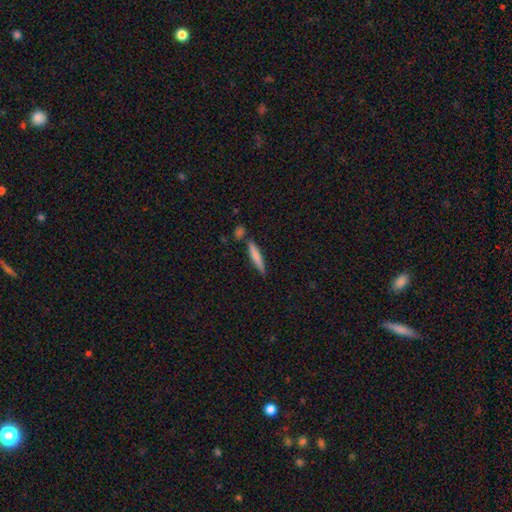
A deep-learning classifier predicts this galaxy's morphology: Smooth or featured?
  - smooth: 75% *
  - featured or disk: 19%
  - star or artifact: 6%
How rounded?
  - cigar-shaped: 90% *
  - in between: 9%
  - round: 1%
Merging?
  - none: 74% *
  - minor disturbance: 14%
  - merger: 9%
  - major disturbance: 3%